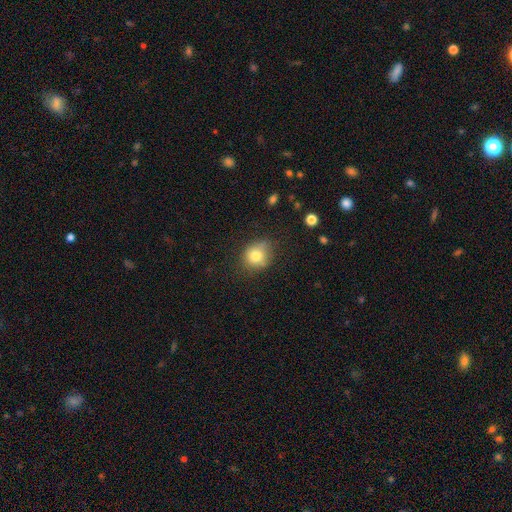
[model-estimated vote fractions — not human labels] smooth 78%, featured or disk 11%, star or artifact 11%. Down the decision tree: how rounded — round (69%); merging — none (61%).